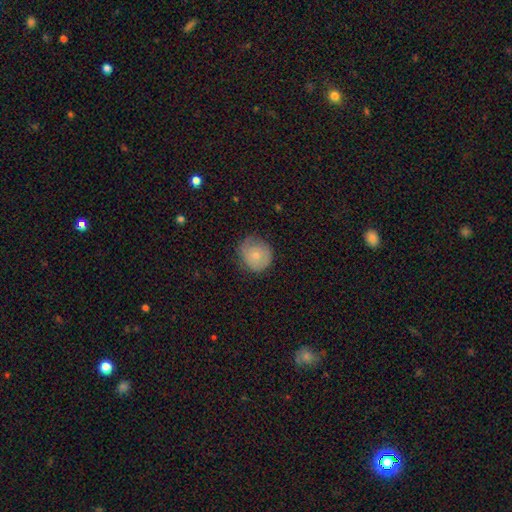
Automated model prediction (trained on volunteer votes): The model was most divided on "merging": none: 62%, minor disturbance: 29%, major disturbance: 8%, merger: 1%. More confident: how rounded — round (83%); smooth or featured — smooth (69%).